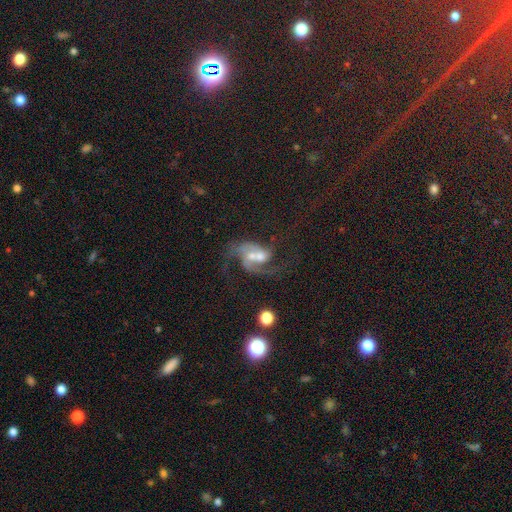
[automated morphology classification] type=featured or disk (78%); edge-on=no (98%); bar=no (58%); spiral arms=yes (91%); winding=loose (51%); arm count=2 (76%); bulge=moderate (56%); merging=merger (56%).